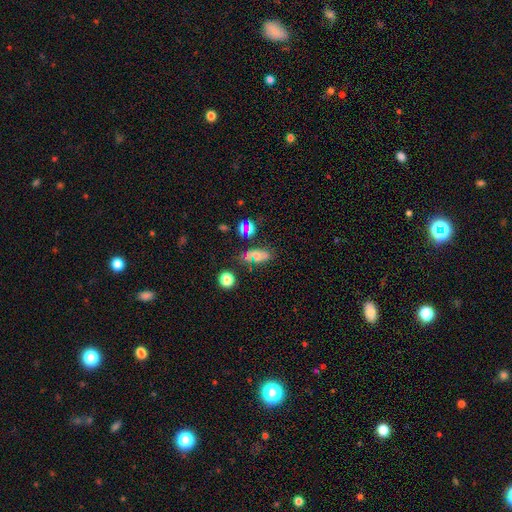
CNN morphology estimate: smooth_or_featured: smooth (p=0.54) [alt: star or artifact p=0.25]
how_rounded: in between (p=0.75) [alt: round p=0.14]
merging: none (p=0.70) [alt: minor disturbance p=0.17]